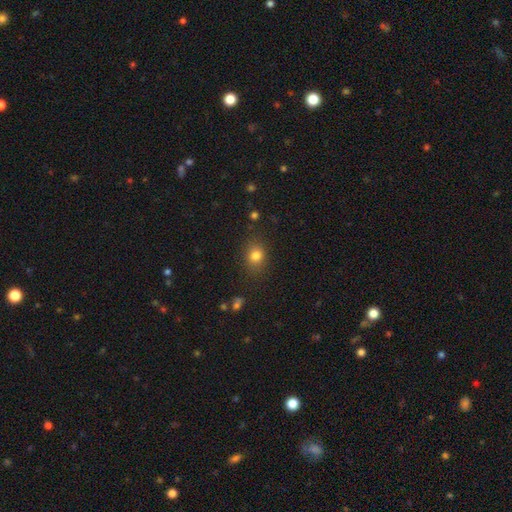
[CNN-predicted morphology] The model was most divided on "how rounded": round: 56%, in between: 43%, cigar-shaped: 1%. More confident: merging — none (83%); smooth or featured — smooth (79%).